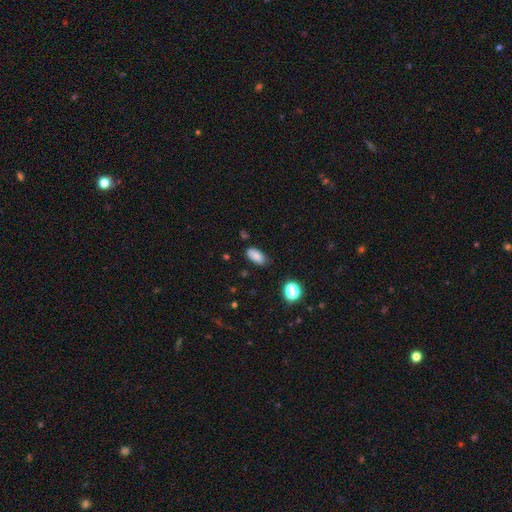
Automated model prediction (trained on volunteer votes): A smooth galaxy with no disk features (84%) that is in between round and cigar-shaped (90%). Merging: none (78%).